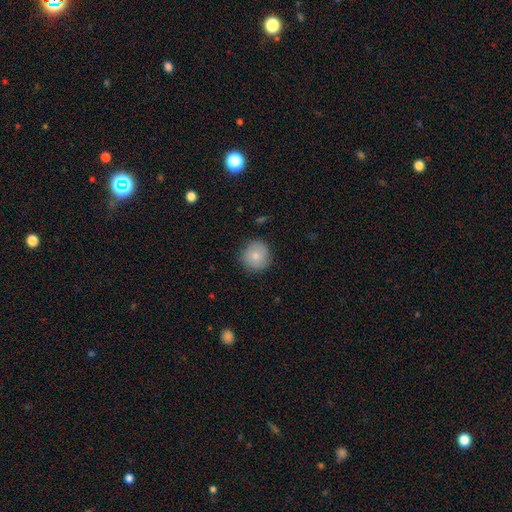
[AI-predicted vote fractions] Smooth or featured? Predicted: smooth (p=0.82). How rounded? Predicted: round (p=0.93). Merging? Predicted: none (p=0.85).